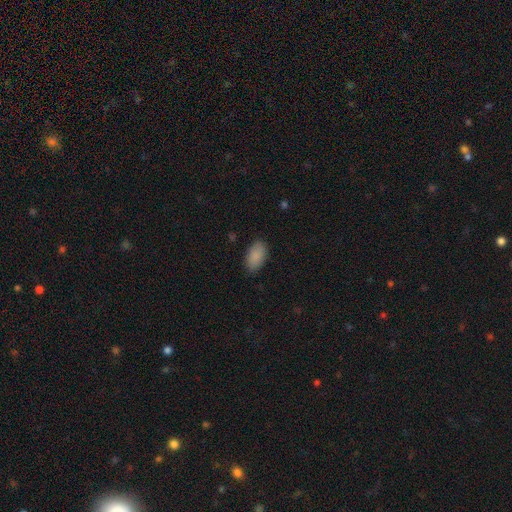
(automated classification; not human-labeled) A smooth galaxy with no disk features (89%) that is in between round and cigar-shaped (95%). Merging: none (85%).